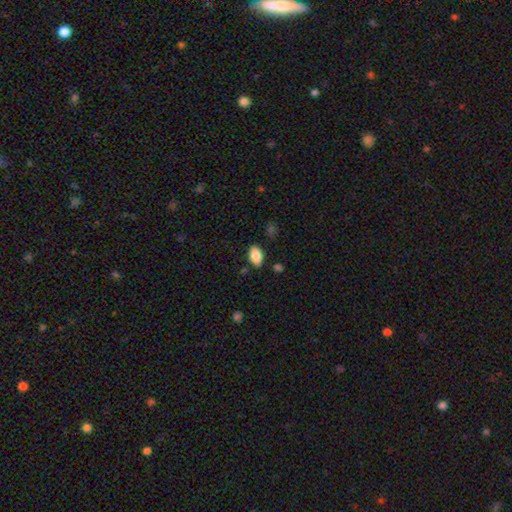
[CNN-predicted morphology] Q: Smooth or featured?
A: smooth (84%); runner-up: featured or disk (9%)
Q: How rounded?
A: in between (91%); runner-up: round (6%)
Q: Merging?
A: none (83%); runner-up: minor disturbance (12%)